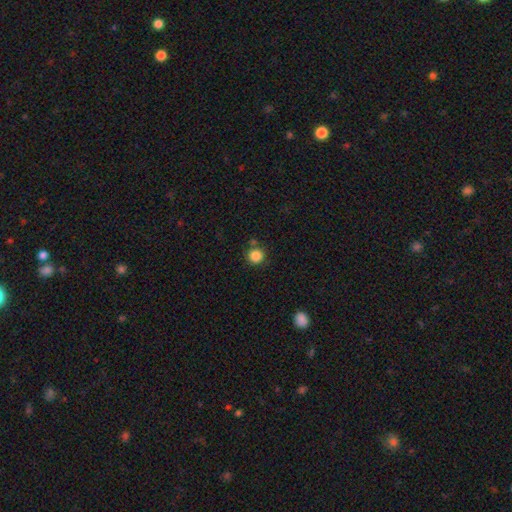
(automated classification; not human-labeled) This appears to be a smooth galaxy with no disk features (85%) that is round (94%). Merging: none (80%).